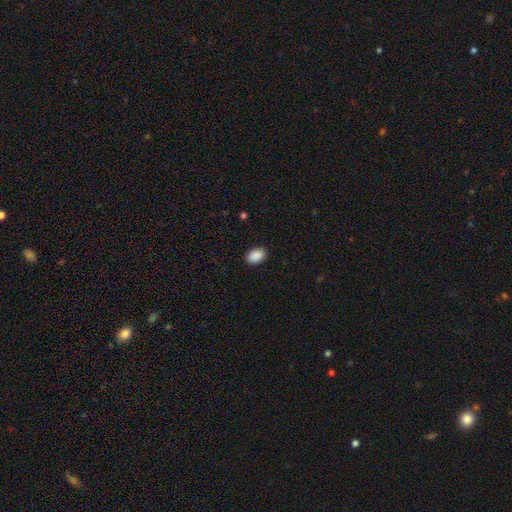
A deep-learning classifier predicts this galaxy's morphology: A smooth galaxy with no disk features (91%) that is in between round and cigar-shaped (88%).

Vote fractions:
- Smooth or featured? smooth: 91% / star or artifact: 7% / featured or disk: 2%
- How rounded? in between: 88% / round: 11% / cigar-shaped: 1%
- Merging? none: 90% / minor disturbance: 7% / major disturbance: 2% / merger: 1%